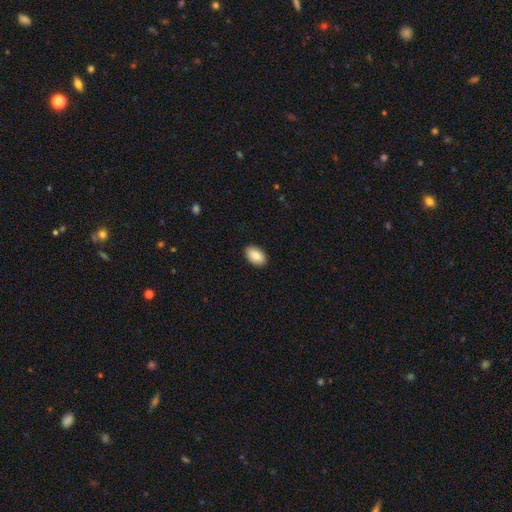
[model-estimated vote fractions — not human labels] Smooth or featured? Predicted: smooth (p=0.87). How rounded? Predicted: in between (p=0.93). Merging? Predicted: none (p=0.90).